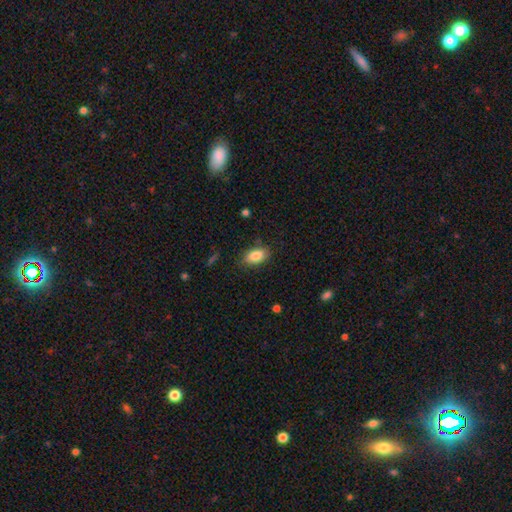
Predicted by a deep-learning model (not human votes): Smooth or featured? smooth (85%)
How rounded? in between (91%)
Merging? none (82%)